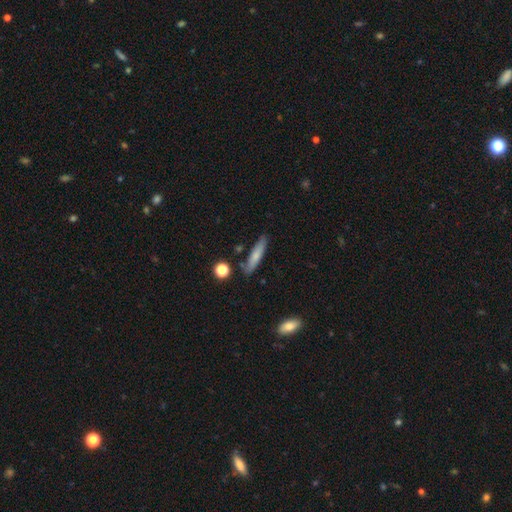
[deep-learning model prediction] Overall: smooth (71%). How rounded: cigar-shaped (84%). Merging: none (82%).